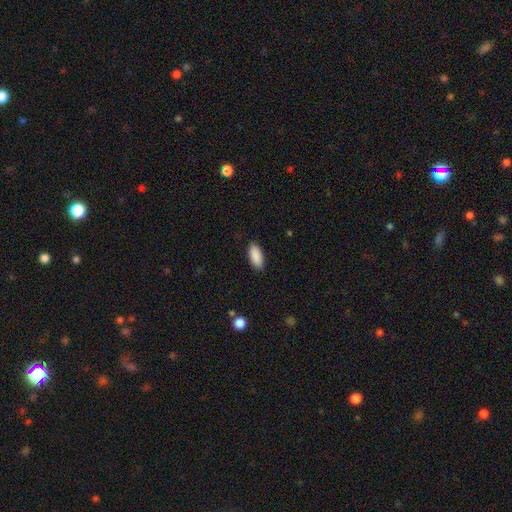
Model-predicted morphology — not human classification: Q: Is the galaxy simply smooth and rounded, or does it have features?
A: smooth — 90%.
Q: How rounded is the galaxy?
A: in between — 89%.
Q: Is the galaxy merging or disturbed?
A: none — 87%.